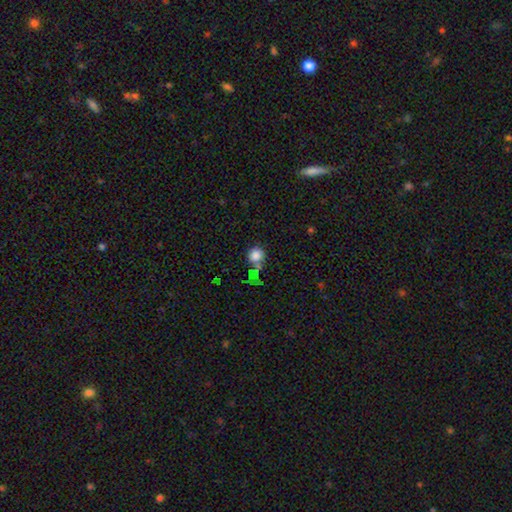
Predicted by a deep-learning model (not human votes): smooth-or-featured: smooth: 81% | star or artifact: 11% | featured or disk: 9%
  how-rounded: round: 85% | in between: 14% | cigar-shaped: 1%
  merging: none: 38% | merger: 27% | major disturbance: 19% | minor disturbance: 16%